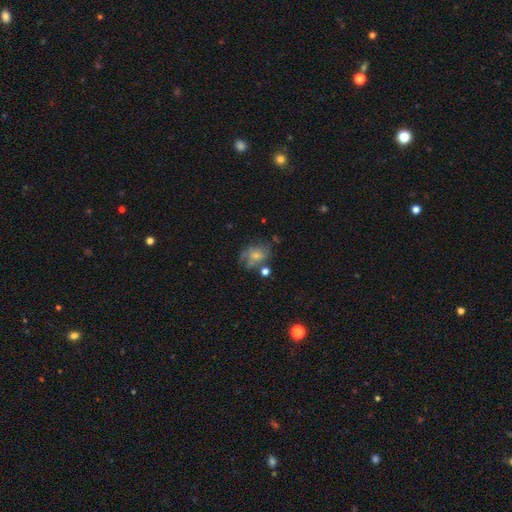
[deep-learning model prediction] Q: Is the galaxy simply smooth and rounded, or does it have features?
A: smooth — 48%.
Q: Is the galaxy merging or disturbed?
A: none — 44%.